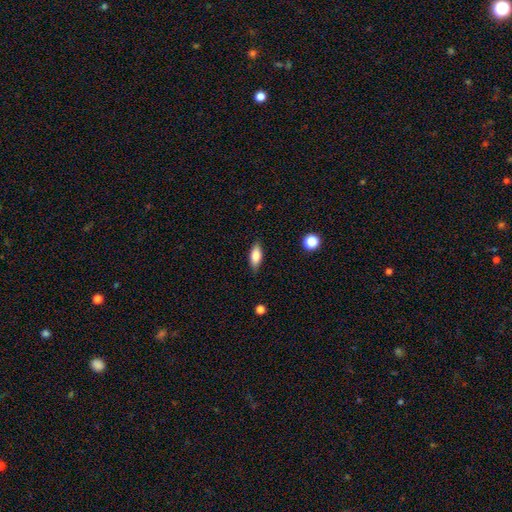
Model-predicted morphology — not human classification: Smooth or featured? smooth (77%)
How rounded? in between (75%)
Merging? none (84%)